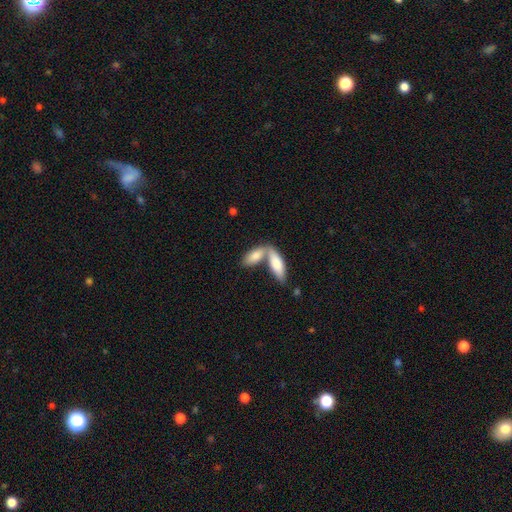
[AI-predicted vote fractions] A smooth galaxy with no disk features (80%) that is in between round and cigar-shaped (75%).

Vote fractions:
- Smooth or featured? smooth: 80% / featured or disk: 15% / star or artifact: 5%
- How rounded? in between: 75% / cigar-shaped: 22% / round: 2%
- Merging? merger: 59% / none: 30% / minor disturbance: 8% / major disturbance: 3%